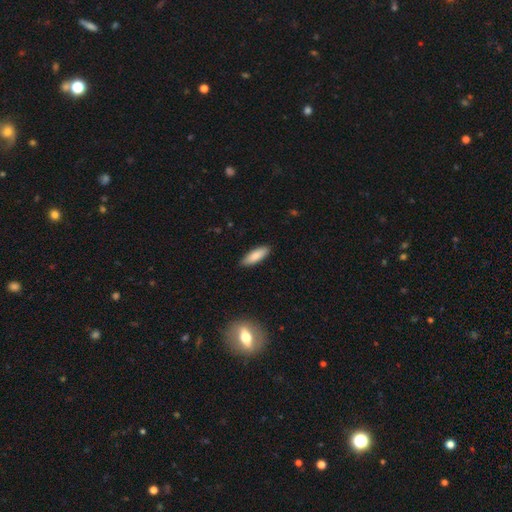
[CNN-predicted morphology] The model was most divided on "how rounded": in between: 61%, cigar-shaped: 37%, round: 2%. More confident: merging — none (88%); smooth or featured — smooth (85%).